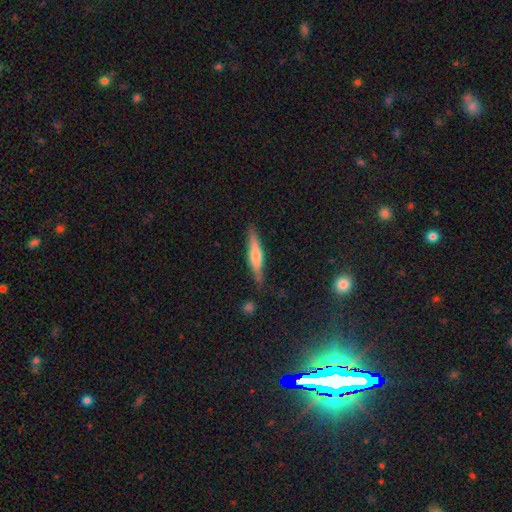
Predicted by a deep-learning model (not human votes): smooth_or_featured: featured or disk (p=0.47) [alt: smooth p=0.46]
merging: none (p=0.83) [alt: minor disturbance p=0.12]